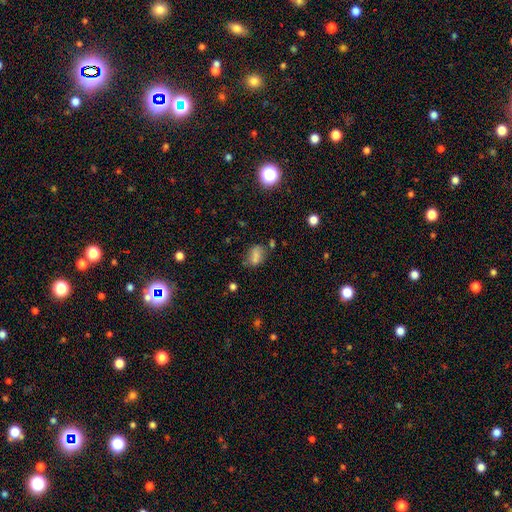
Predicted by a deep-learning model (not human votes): A smooth galaxy with no disk features (72%) that is in between round and cigar-shaped (74%). Merging: none (57%).